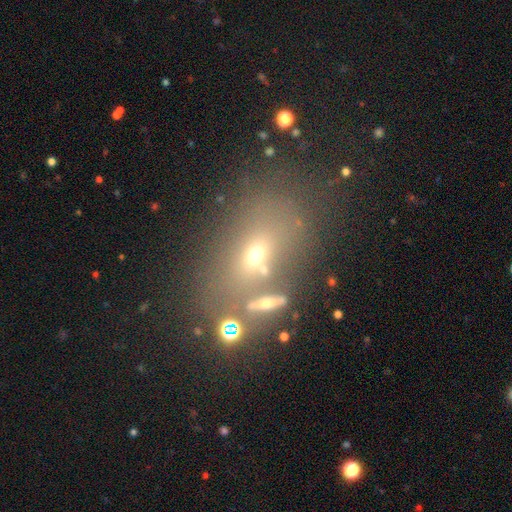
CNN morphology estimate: type=smooth (48%); merging=none (50%).